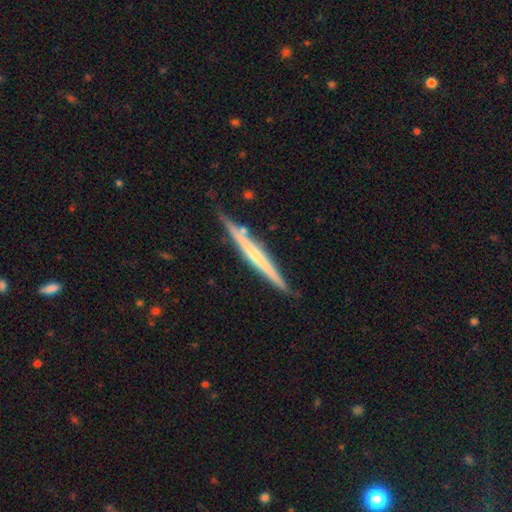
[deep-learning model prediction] A featured or disk galaxy (65%) viewed edge-on (97%) with no central bulge (69%). Merging: none (81%).